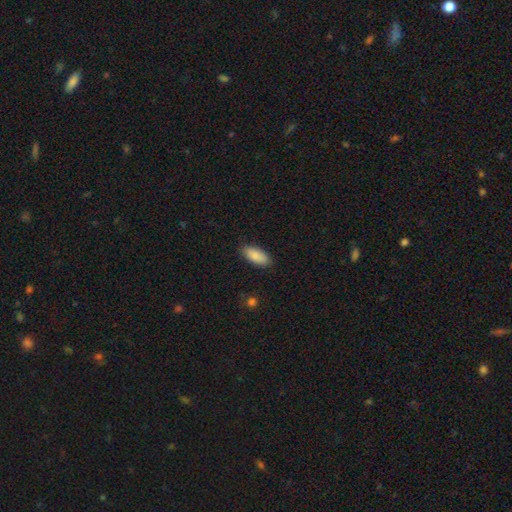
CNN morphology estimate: This is clearly a smooth galaxy (89%). How rounded: clearly in between (88%). Merging: clearly none (86%).